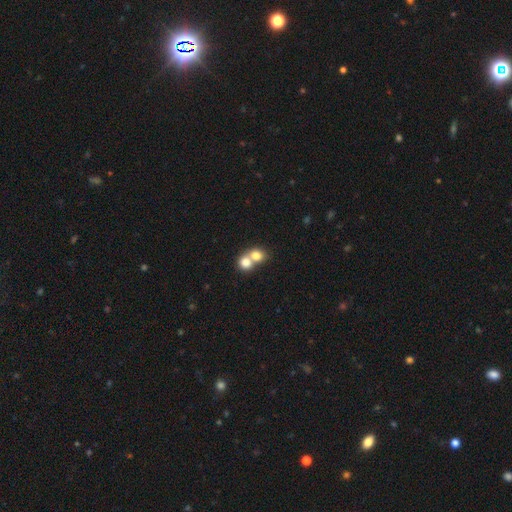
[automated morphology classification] Smooth or featured?
  - smooth: 77% *
  - featured or disk: 14%
  - star or artifact: 9%
How rounded?
  - round: 69% *
  - in between: 30%
  - cigar-shaped: 1%
Merging?
  - merger: 69% *
  - none: 25%
  - minor disturbance: 4%
  - major disturbance: 2%